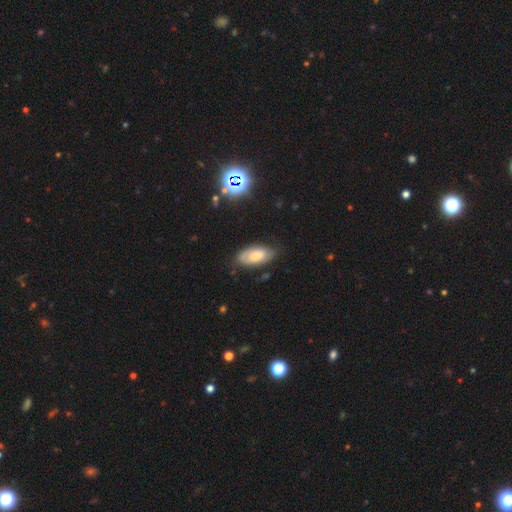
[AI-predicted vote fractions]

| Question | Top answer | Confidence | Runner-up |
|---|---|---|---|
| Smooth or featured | smooth | 62% | featured or disk (30%) |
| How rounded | in between | 91% | cigar-shaped (6%) |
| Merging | none | 73% | minor disturbance (21%) |